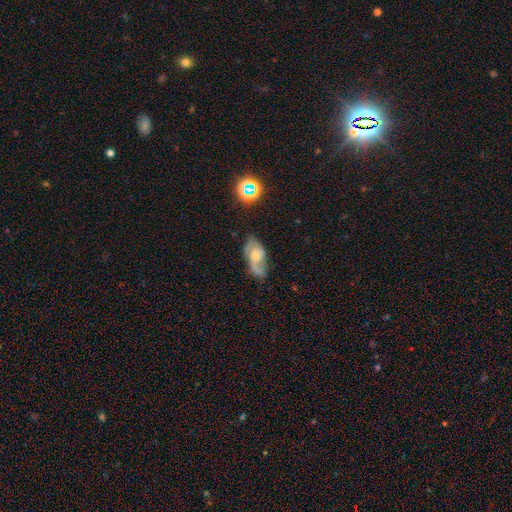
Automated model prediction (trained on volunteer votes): Overall: featured or disk (69%). Edge-on disk: no (93%). Bar: no (66%; weak 29%). Spiral arms: yes (89%). Spiral arm count: 2 (69%). Spiral winding: medium (47%; tight 27%). Bulge size: moderate (53%; small 37%). Merging: none (64%).